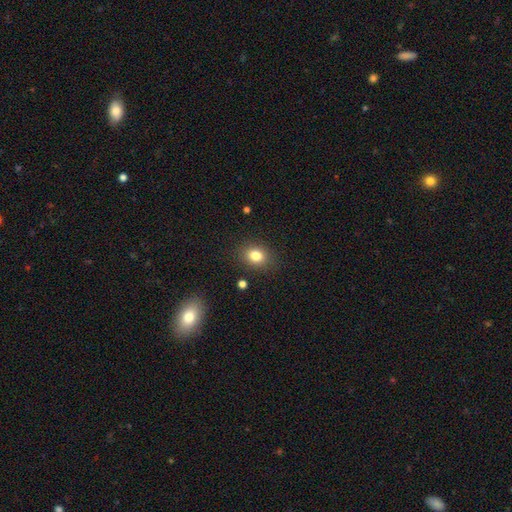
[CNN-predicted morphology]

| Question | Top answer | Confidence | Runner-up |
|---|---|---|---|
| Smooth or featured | smooth | 82% | star or artifact (11%) |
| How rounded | round | 51% | in between (48%) |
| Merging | none | 86% | minor disturbance (10%) |